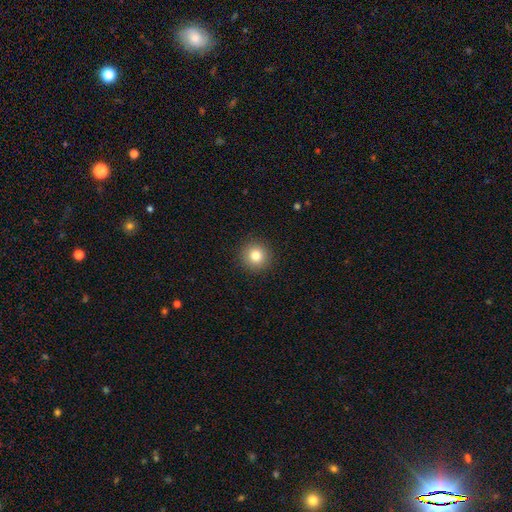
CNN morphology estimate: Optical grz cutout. It shows a smooth galaxy with no disk features (82%) that is round (95%). Merging: none (92%).